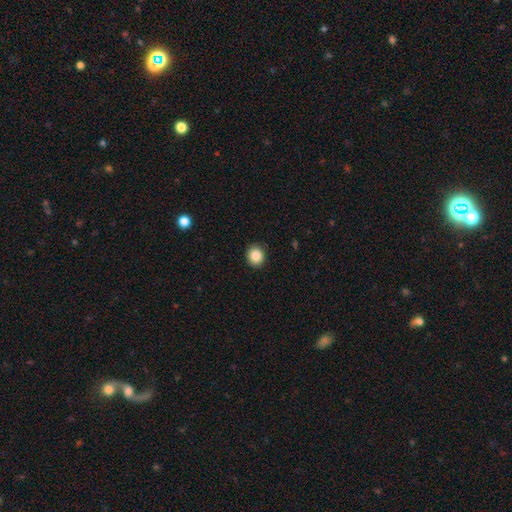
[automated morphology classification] smooth-or-featured: smooth: 87% | star or artifact: 9% | featured or disk: 4%
  how-rounded: round: 80% | in between: 19% | cigar-shaped: 1%
  merging: none: 91% | minor disturbance: 7% | major disturbance: 2% | merger: 1%